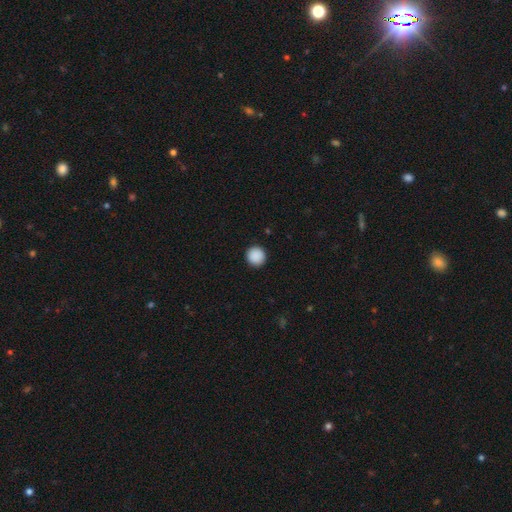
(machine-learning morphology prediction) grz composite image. It shows a smooth galaxy with no disk features (90%) that is round (95%). Merging: none (93%).